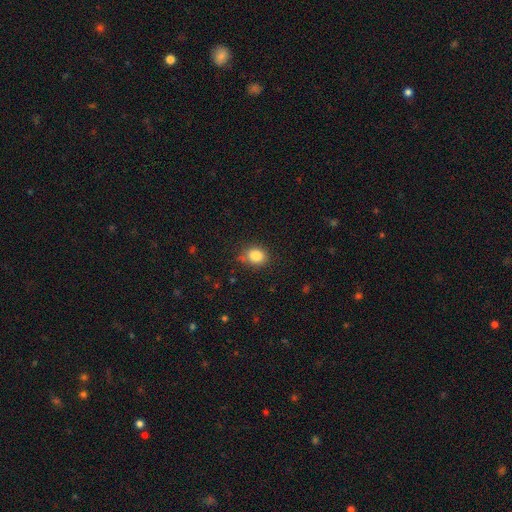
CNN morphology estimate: A smooth galaxy with no disk features (85%) that is round (55%).

Vote fractions:
- Smooth or featured? smooth: 85% / star or artifact: 10% / featured or disk: 5%
- How rounded? round: 55% / in between: 44% / cigar-shaped: 1%
- Merging? none: 75% / minor disturbance: 18% / major disturbance: 4% / merger: 2%